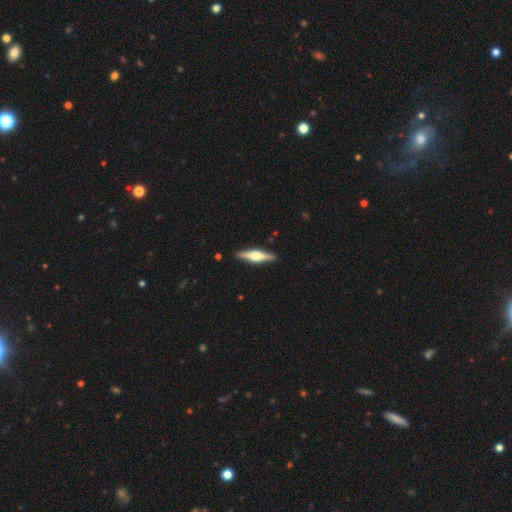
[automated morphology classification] smooth-or-featured: featured or disk: 64% | smooth: 31% | star or artifact: 5%
  disk-edge-on: yes: 97% | no: 3%
    edge-on-bulge: rounded: 85% | boxy: 12% | none: 3%
  merging: none: 90% | minor disturbance: 7% | major disturbance: 2% | merger: 1%